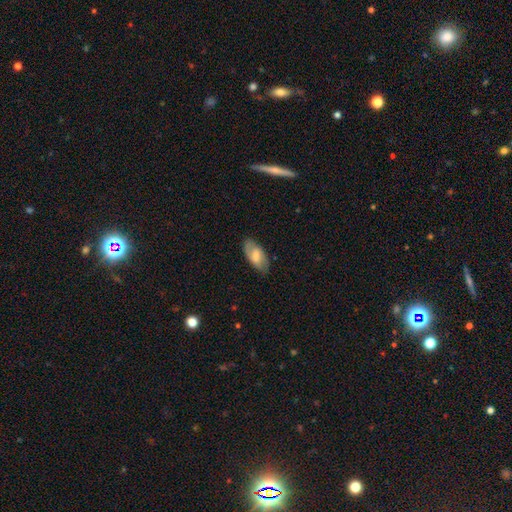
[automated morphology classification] Smooth or featured?
  - smooth: 55% *
  - featured or disk: 38%
  - star or artifact: 6%
How rounded?
  - in between: 91% *
  - cigar-shaped: 5%
  - round: 3%
Merging?
  - none: 80% *
  - minor disturbance: 15%
  - major disturbance: 4%
  - merger: 1%